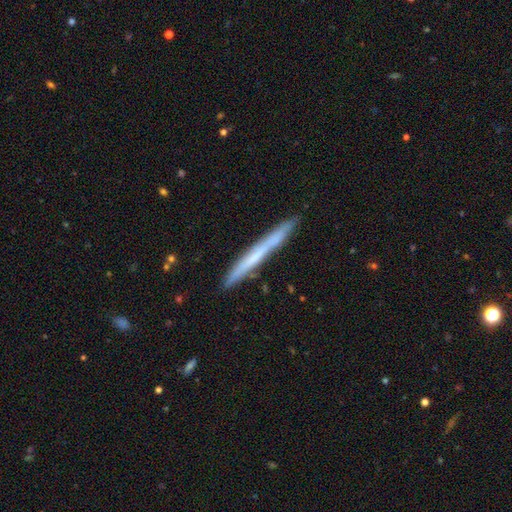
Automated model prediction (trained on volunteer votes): smooth_or_featured: smooth (p=0.49) [alt: featured or disk p=0.44]
merging: none (p=0.87) [alt: minor disturbance p=0.10]